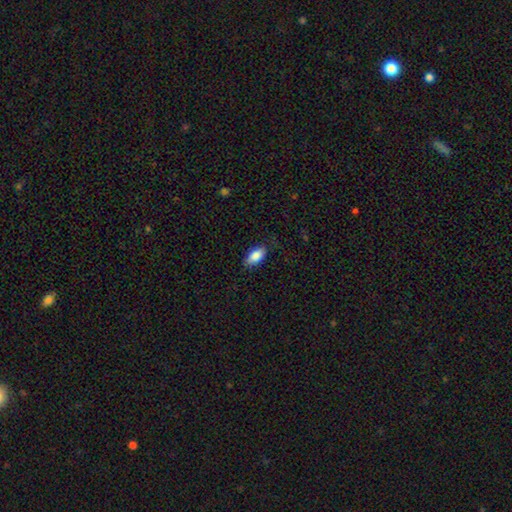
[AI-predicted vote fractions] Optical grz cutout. It shows a smooth galaxy with no disk features (86%) that is in between round and cigar-shaped (91%). Merging: none (80%).